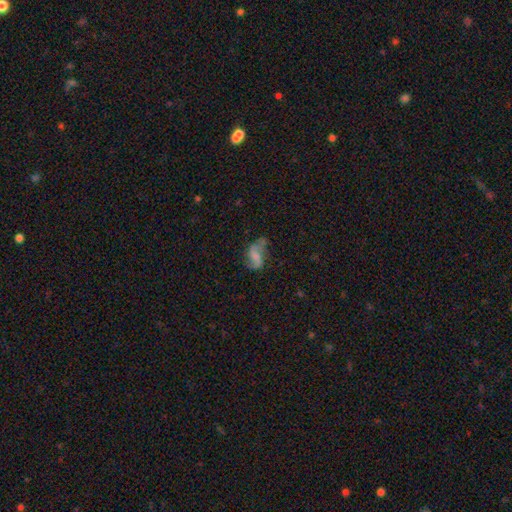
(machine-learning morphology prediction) The model was most divided on "bar": weak: 43%, no: 41%, strong: 17%. Remaining: edge-on disk — no (97%); spiral arms — yes (88%); spiral arm count — 2 (87%); spiral winding — loose (75%); smooth or featured — featured or disk (65%); bulge size — none (56%); merging — none (47%).